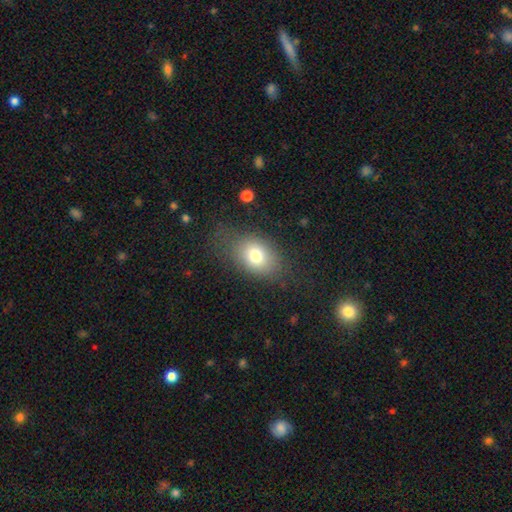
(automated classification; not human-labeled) smooth_or_featured: smooth (p=0.75) [alt: featured or disk p=0.14]
how_rounded: in between (p=0.71) [alt: round p=0.27]
merging: none (p=0.67) [alt: minor disturbance p=0.19]